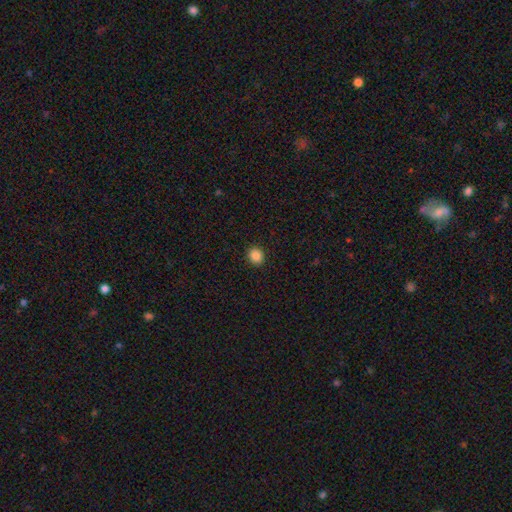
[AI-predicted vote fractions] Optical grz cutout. It shows a smooth galaxy with no disk features (86%) that is round (72%). Merging: none (92%).